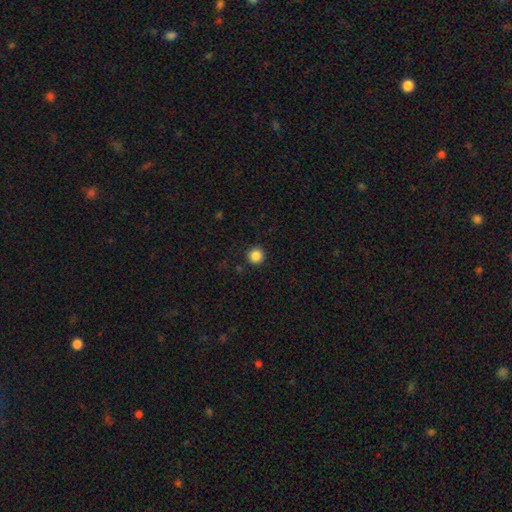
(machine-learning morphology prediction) smooth_or_featured: smooth (p=0.86) [alt: star or artifact p=0.11]
how_rounded: round (p=0.95) [alt: in between p=0.04]
merging: none (p=0.91) [alt: minor disturbance p=0.06]